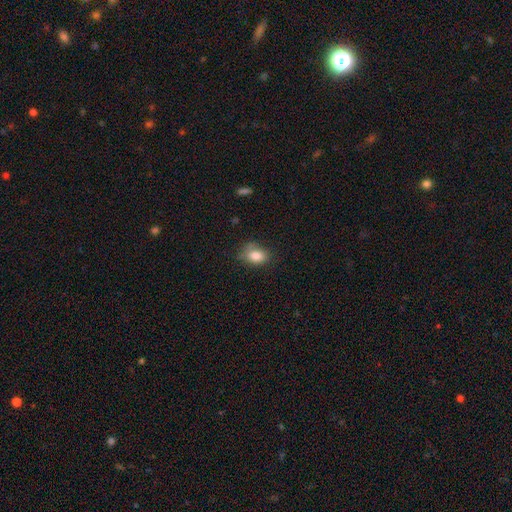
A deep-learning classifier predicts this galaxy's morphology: Smooth or featured?
  - smooth: 83% *
  - star or artifact: 9%
  - featured or disk: 8%
How rounded?
  - in between: 73% *
  - round: 25%
  - cigar-shaped: 1%
Merging?
  - none: 64% *
  - minor disturbance: 27%
  - major disturbance: 8%
  - merger: 2%